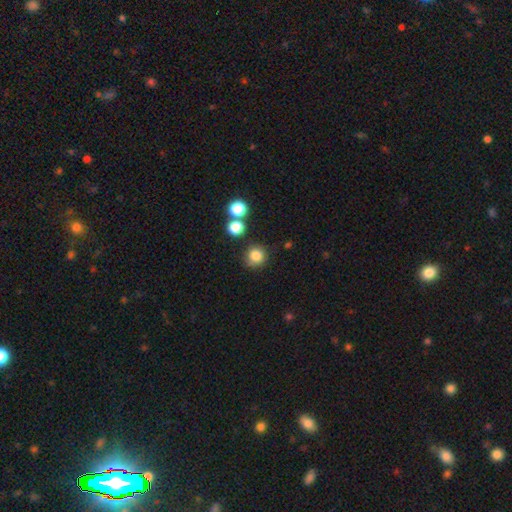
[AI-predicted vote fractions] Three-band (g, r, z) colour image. It shows a smooth galaxy with no disk features (83%) that is round (91%). Merging: none (78%).